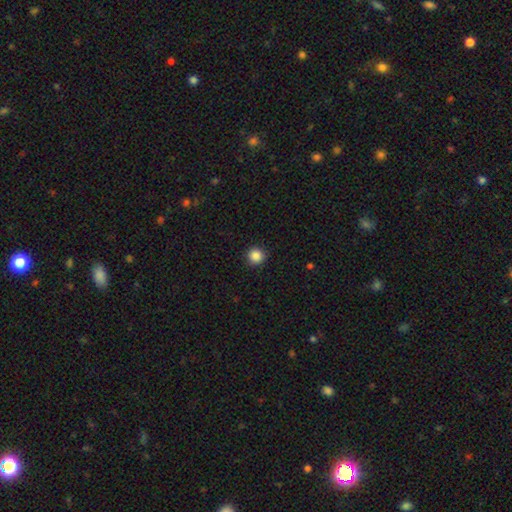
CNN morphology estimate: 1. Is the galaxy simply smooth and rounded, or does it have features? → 87% smooth, 10% star or artifact, 3% featured or disk.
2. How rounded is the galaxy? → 95% round, 4% in between, 1% cigar-shaped.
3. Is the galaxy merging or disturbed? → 92% none, 5% minor disturbance, 2% major disturbance, 1% merger.